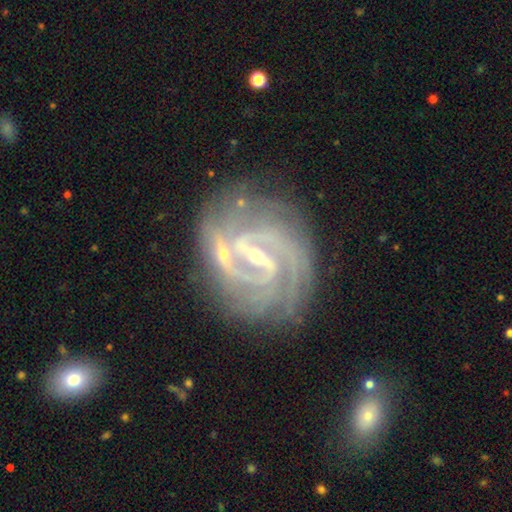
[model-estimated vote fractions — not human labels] The model was most divided on "spiral winding": tight: 60%, medium: 34%, loose: 6%. Remaining: spiral arms — yes (98%); edge-on disk — no (97%); smooth or featured — featured or disk (91%); bulge size — small (75%); merging — none (71%); bar — strong (58%); spiral arm count — 2 (49%).